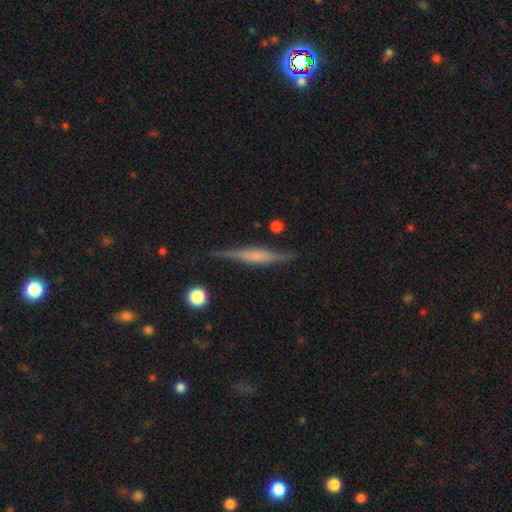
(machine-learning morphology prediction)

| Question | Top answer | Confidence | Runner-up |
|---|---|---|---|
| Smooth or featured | featured or disk | 68% | smooth (26%) |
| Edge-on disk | yes | 97% | no (3%) |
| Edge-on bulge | rounded | 39% | boxy (35%) |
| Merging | none | 84% | minor disturbance (11%) |